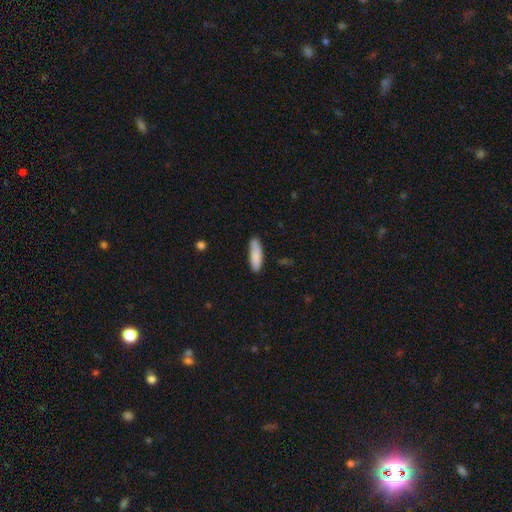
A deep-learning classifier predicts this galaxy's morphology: Q: Smooth or featured?
A: smooth (86%); runner-up: featured or disk (8%)
Q: How rounded?
A: cigar-shaped (57%); runner-up: in between (41%)
Q: Merging?
A: none (76%); runner-up: minor disturbance (18%)